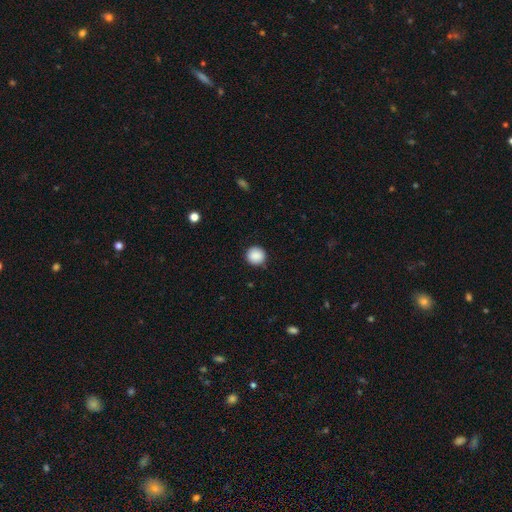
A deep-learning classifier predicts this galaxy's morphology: Q: Smooth or featured?
A: smooth (89%); runner-up: star or artifact (8%)
Q: How rounded?
A: round (94%); runner-up: in between (5%)
Q: Merging?
A: none (91%); runner-up: minor disturbance (6%)